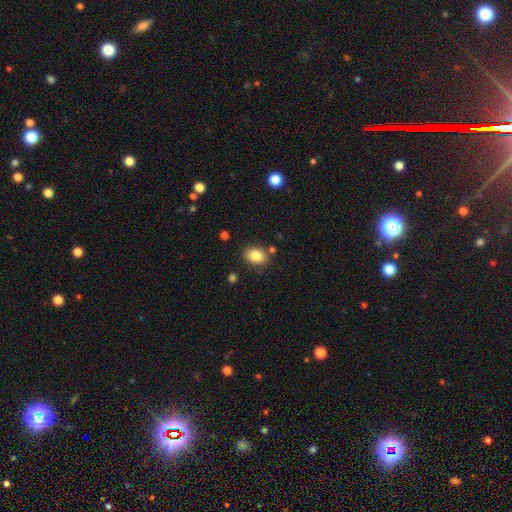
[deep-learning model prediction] smooth 84%, star or artifact 9%, featured or disk 7%. Down the decision tree: how rounded — in between (62%); merging — none (83%).